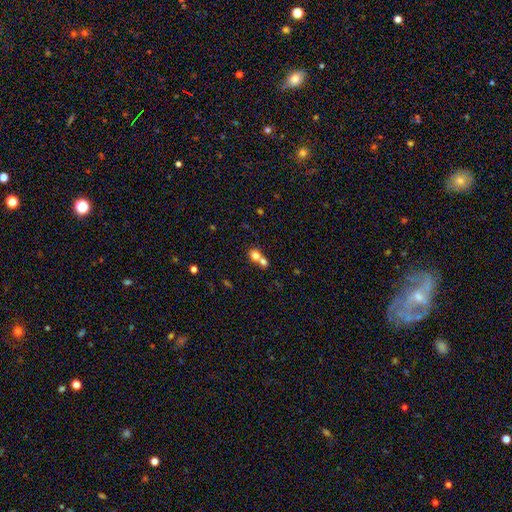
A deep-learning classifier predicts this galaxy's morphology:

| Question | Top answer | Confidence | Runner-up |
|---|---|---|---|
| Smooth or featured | smooth | 74% | featured or disk (14%) |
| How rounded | round | 71% | in between (28%) |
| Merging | merger | 64% | none (28%) |